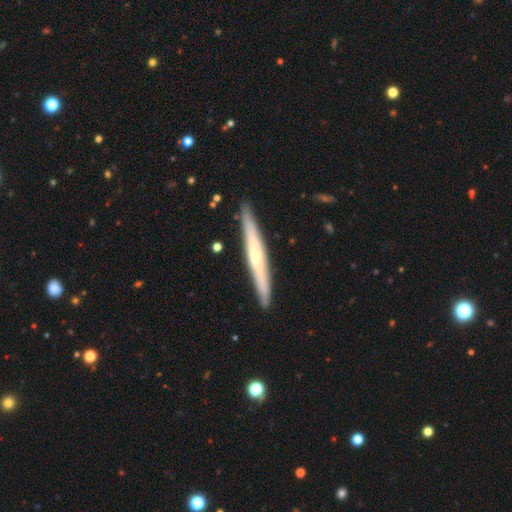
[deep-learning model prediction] Smooth or featured?
  - featured or disk: 57% *
  - smooth: 38%
  - star or artifact: 6%
Edge-on disk?
  - yes: 95% *
  - no: 5%
Edge-on bulge?
  - rounded: 51% *
  - none: 42%
  - boxy: 7%
Merging?
  - none: 90% *
  - minor disturbance: 7%
  - major disturbance: 1%
  - merger: 1%